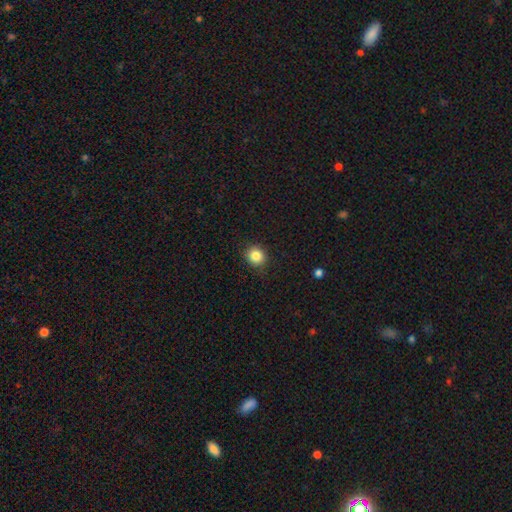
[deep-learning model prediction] Smooth or featured? smooth (84%)
How rounded? round (88%)
Merging? none (88%)